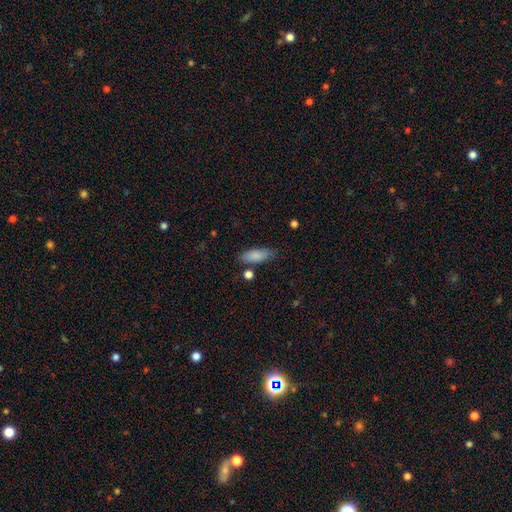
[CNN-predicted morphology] type=smooth (85%); roundness=in between (72%); merging=none (75%).